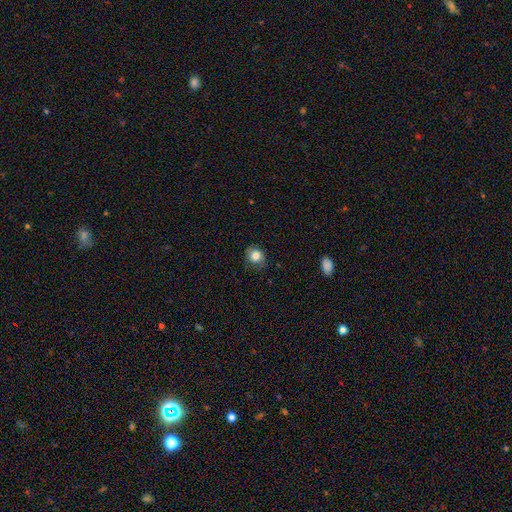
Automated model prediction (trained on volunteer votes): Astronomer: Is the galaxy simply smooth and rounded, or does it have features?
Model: smooth — 82%.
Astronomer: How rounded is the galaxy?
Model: round — 75%.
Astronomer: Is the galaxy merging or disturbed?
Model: none — 80%.